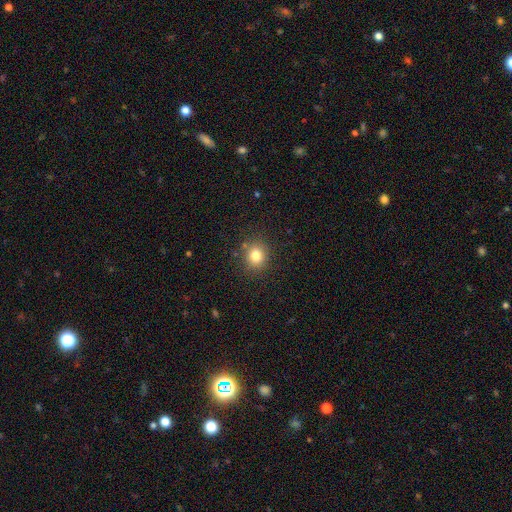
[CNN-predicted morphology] Overall: smooth (80%). How rounded: round (80%). Merging: none (86%).